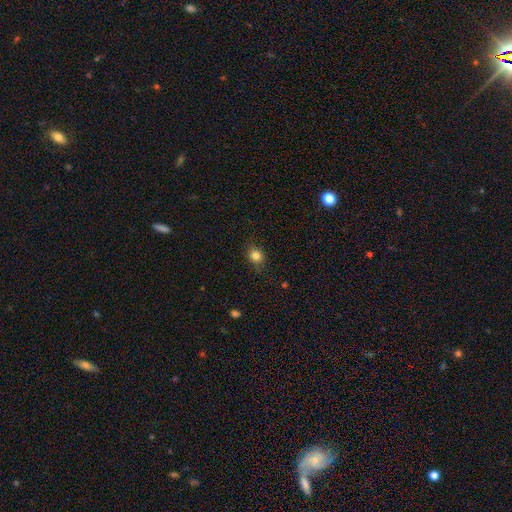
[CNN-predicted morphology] Smooth or featured? smooth (83%)
How rounded? round (62%)
Merging? none (81%)